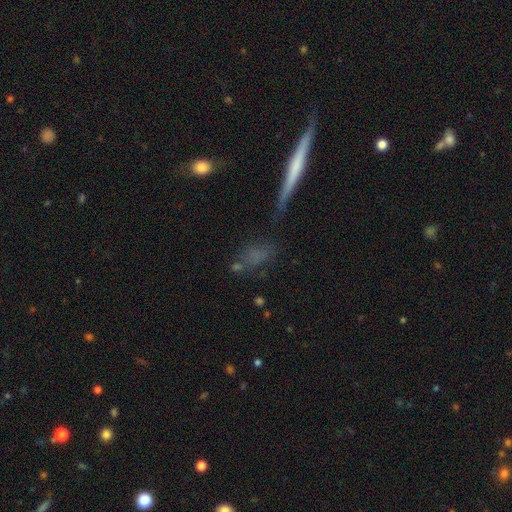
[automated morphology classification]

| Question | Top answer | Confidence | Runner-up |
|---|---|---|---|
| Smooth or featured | smooth | 57% | featured or disk (25%) |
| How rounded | in between | 48% | cigar-shaped (36%) |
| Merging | none | 58% | minor disturbance (20%) |